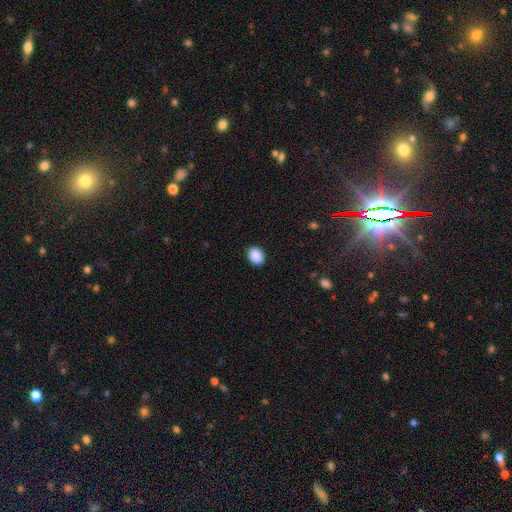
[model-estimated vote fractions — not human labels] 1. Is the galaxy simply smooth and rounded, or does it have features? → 90% smooth, 7% star or artifact, 2% featured or disk.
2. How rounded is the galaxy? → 58% in between, 41% round, 1% cigar-shaped.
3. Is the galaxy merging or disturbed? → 90% none, 7% minor disturbance, 2% major disturbance, 1% merger.